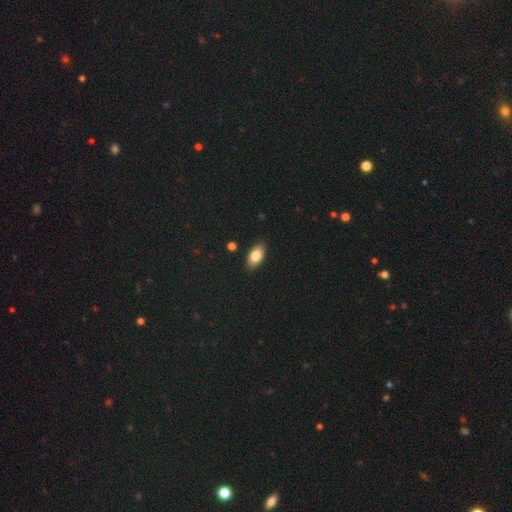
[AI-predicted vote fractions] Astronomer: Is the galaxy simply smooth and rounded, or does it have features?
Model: smooth — 79%.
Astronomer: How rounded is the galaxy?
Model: in between — 90%.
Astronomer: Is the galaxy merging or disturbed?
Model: none — 87%.